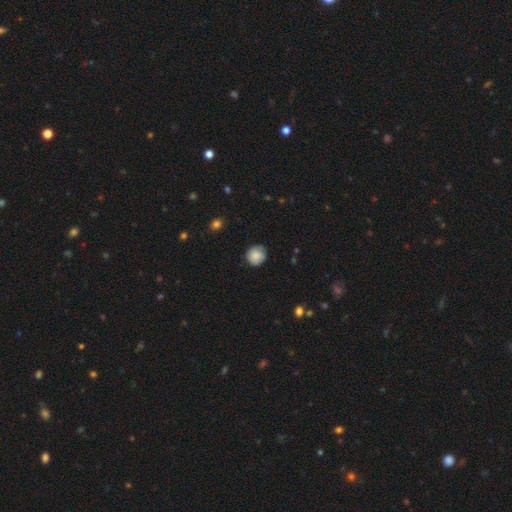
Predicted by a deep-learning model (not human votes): Smooth or featured: smooth — 83% (featured or disk — 10%)
How rounded: round — 91% (in between — 8%)
Merging: none — 79% (minor disturbance — 17%)